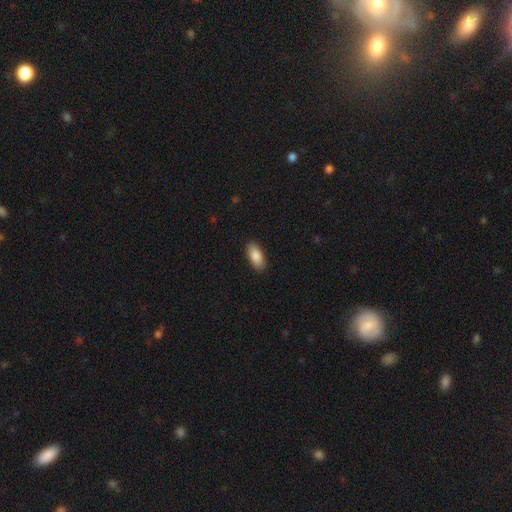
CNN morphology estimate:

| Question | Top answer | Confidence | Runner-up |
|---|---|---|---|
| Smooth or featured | smooth | 88% | featured or disk (6%) |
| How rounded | in between | 89% | cigar-shaped (9%) |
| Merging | none | 89% | minor disturbance (8%) |